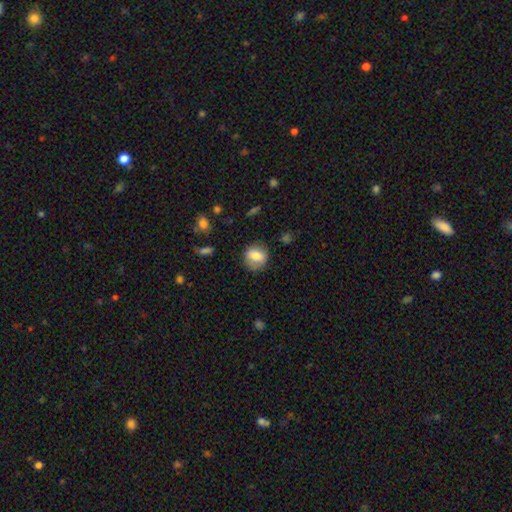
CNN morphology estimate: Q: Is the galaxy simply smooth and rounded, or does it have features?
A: smooth — 75%.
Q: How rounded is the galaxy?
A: round — 70%.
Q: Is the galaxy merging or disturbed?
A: none — 79%.